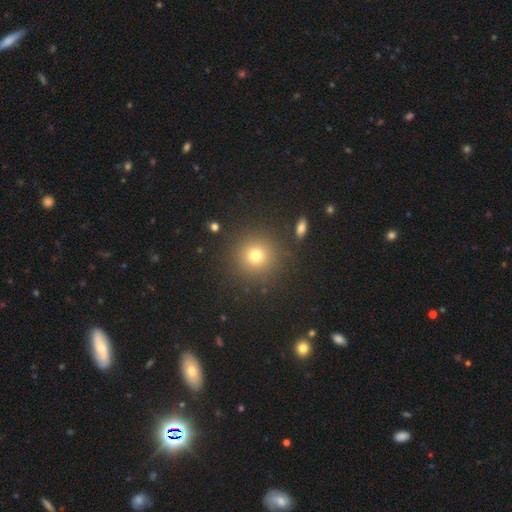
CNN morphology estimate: Smooth or featured? Predicted: smooth (p=0.75). How rounded? Predicted: round (p=0.94). Merging? Predicted: none (p=0.88).